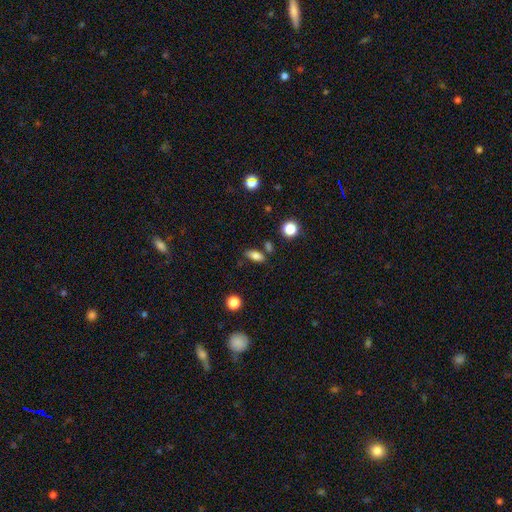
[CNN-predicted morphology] Overall: smooth (80%). How rounded: in between (83%). Merging: none (75%).